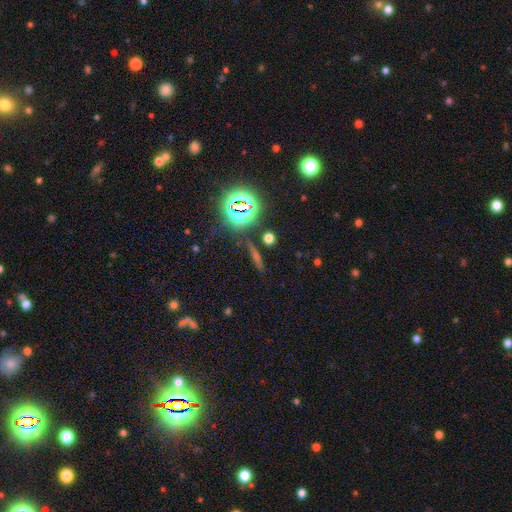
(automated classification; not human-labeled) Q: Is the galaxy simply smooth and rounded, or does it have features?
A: star or artifact — 44%.